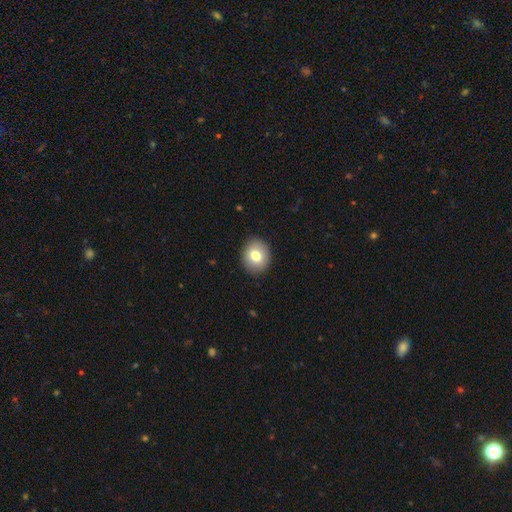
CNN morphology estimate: Smooth or featured: smooth — 77% (featured or disk — 14%)
How rounded: round — 65% (in between — 34%)
Merging: none — 89% (minor disturbance — 8%)